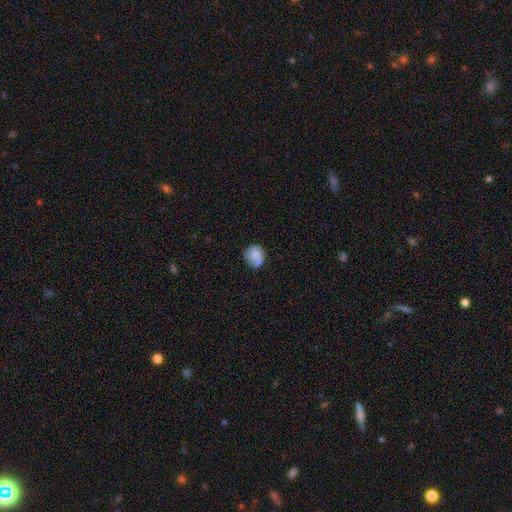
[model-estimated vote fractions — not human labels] A smooth galaxy with no disk features (63%) that is round (78%). Merging: none (63%).